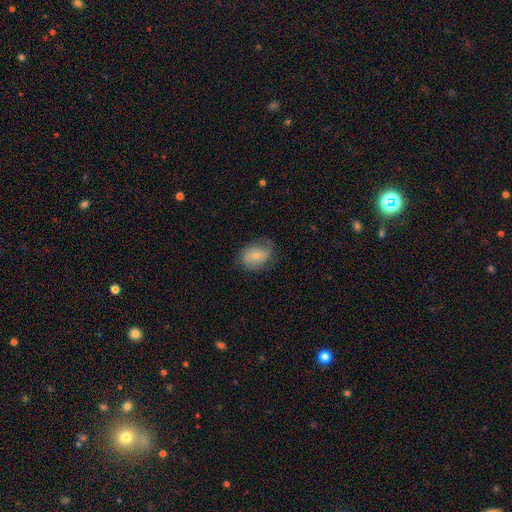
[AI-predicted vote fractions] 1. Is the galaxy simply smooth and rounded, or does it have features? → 51% smooth, 42% featured or disk, 8% star or artifact.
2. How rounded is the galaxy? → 61% in between, 38% round, 1% cigar-shaped.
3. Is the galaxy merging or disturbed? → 60% none, 27% minor disturbance, 11% major disturbance, 1% merger.